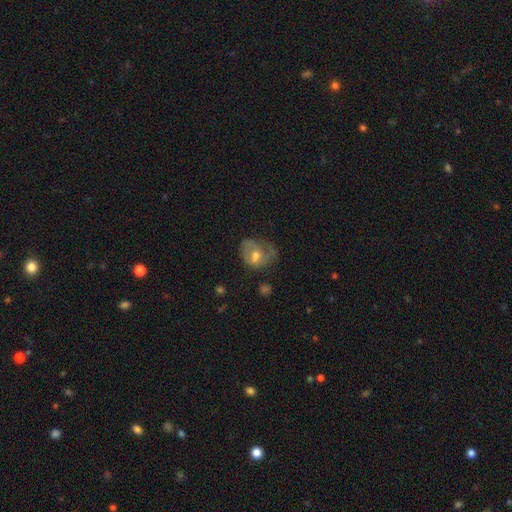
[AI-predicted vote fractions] Q: Smooth or featured?
A: featured or disk (49%); runner-up: smooth (42%)
Q: Merging?
A: none (41%); runner-up: minor disturbance (30%)